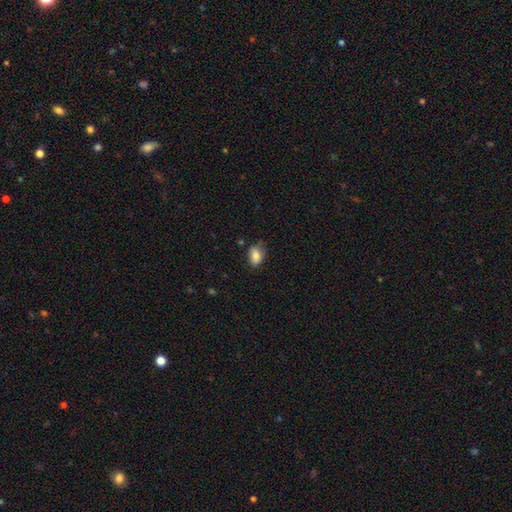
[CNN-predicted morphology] smooth_or_featured: smooth (p=0.80) [alt: featured or disk p=0.12]
how_rounded: in between (p=0.83) [alt: round p=0.16]
merging: none (p=0.69) [alt: minor disturbance p=0.25]